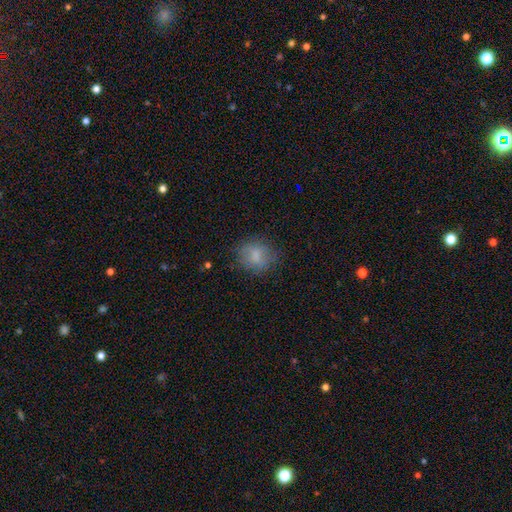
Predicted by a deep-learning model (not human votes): Q: Smooth or featured?
A: smooth (78%); runner-up: featured or disk (13%)
Q: How rounded?
A: round (67%); runner-up: in between (32%)
Q: Merging?
A: none (75%); runner-up: minor disturbance (18%)